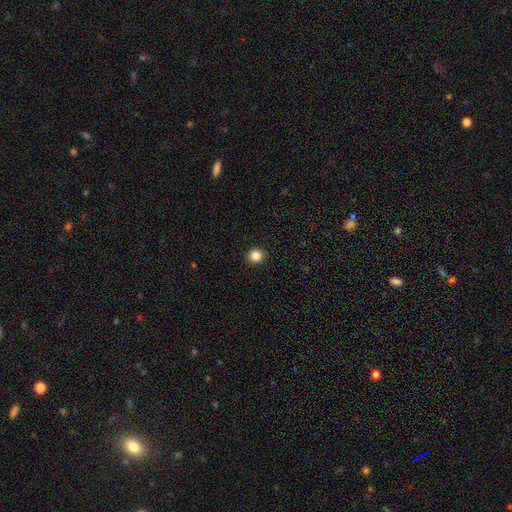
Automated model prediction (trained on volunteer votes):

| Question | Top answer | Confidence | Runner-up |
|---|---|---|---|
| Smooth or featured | smooth | 85% | star or artifact (11%) |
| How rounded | round | 89% | in between (10%) |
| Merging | none | 93% | minor disturbance (4%) |